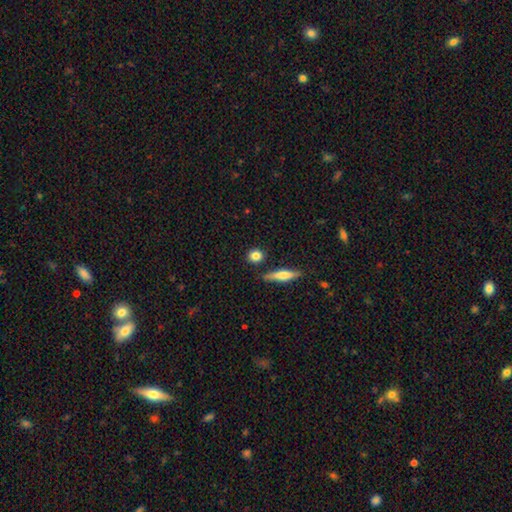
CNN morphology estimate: smooth 83%, featured or disk 9%, star or artifact 8%. Down the decision tree: how rounded — round (77%); merging — none (83%).